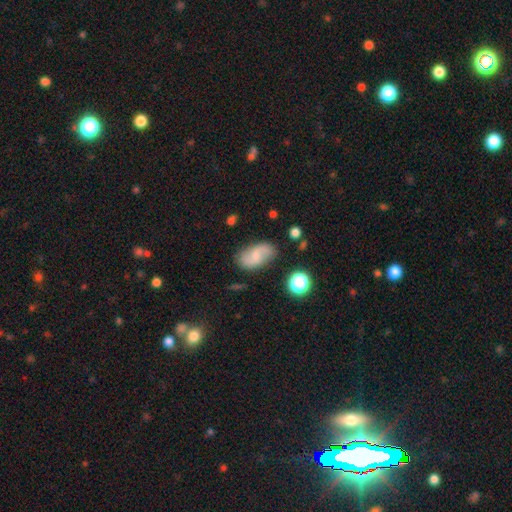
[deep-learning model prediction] Overall: featured or disk (48%; smooth 43%). Merging: none (75%).